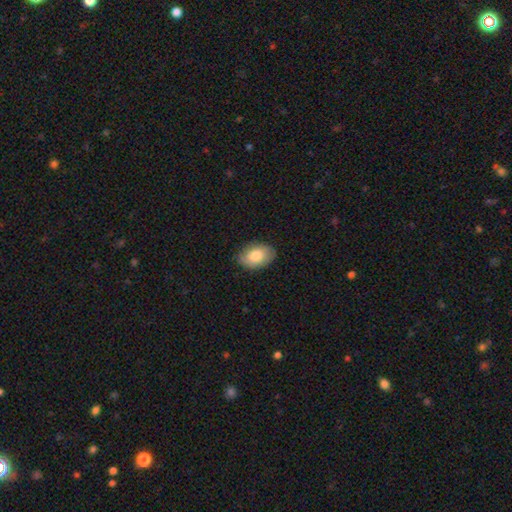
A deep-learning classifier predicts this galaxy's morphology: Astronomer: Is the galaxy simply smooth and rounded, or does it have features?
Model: smooth — 80%.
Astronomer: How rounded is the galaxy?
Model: in between — 89%.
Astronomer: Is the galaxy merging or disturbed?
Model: none — 82%.